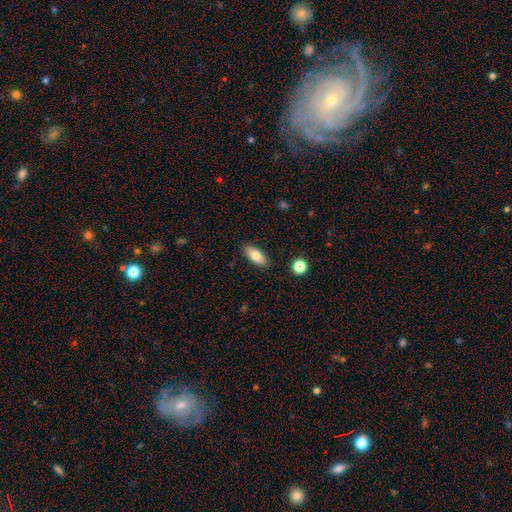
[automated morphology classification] smooth 78%, featured or disk 14%, star or artifact 8%. Down the decision tree: how rounded — in between (85%); merging — none (87%).